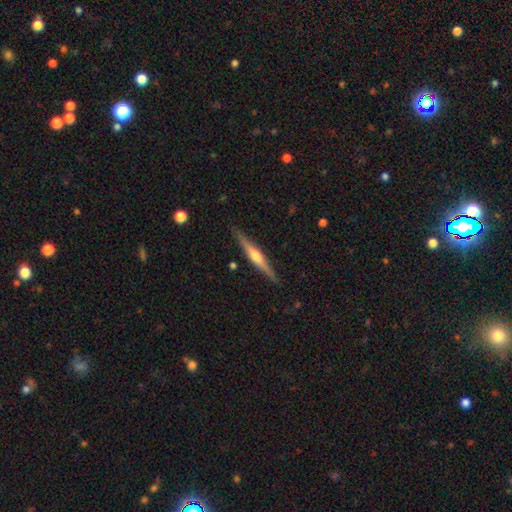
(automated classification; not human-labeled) Q: Smooth or featured?
A: featured or disk (71%); runner-up: smooth (24%)
Q: Edge-on disk?
A: yes (98%); runner-up: no (2%)
Q: Edge-on bulge?
A: rounded (85%); runner-up: none (8%)
Q: Merging?
A: none (89%); runner-up: minor disturbance (8%)